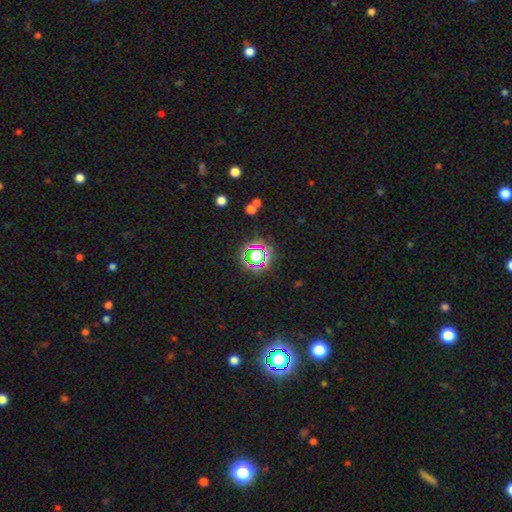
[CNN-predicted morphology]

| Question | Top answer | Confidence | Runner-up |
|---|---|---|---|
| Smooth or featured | star or artifact | 60% | smooth (28%) |